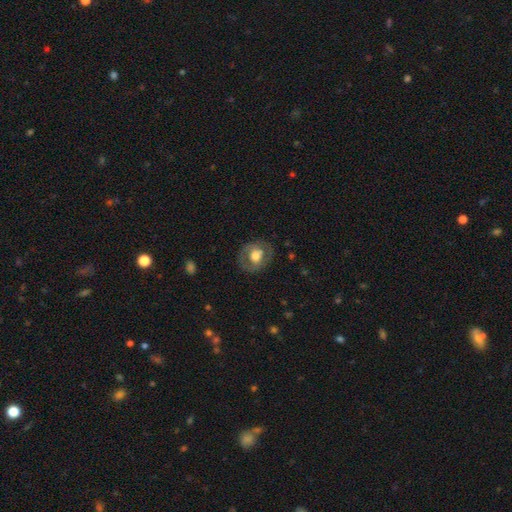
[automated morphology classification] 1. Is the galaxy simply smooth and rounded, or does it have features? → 47% featured or disk, 46% smooth, 7% star or artifact.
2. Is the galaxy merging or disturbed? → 74% none, 17% minor disturbance, 8% major disturbance, 1% merger.